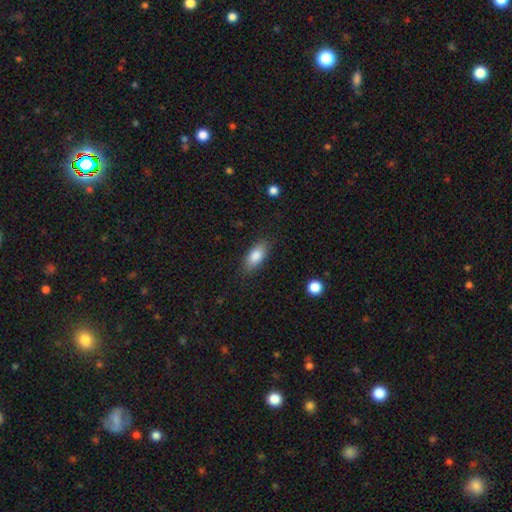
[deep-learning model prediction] A smooth galaxy with no disk features (84%) that is in between round and cigar-shaped (83%). Merging: none (84%).